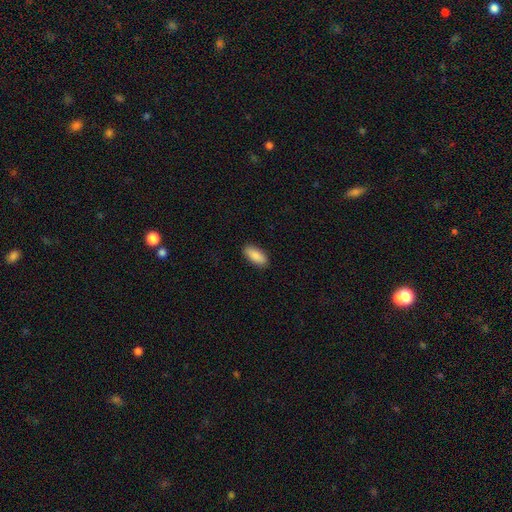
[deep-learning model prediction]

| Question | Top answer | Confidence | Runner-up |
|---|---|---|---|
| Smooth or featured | smooth | 88% | star or artifact (6%) |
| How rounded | in between | 84% | cigar-shaped (15%) |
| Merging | none | 89% | minor disturbance (8%) |